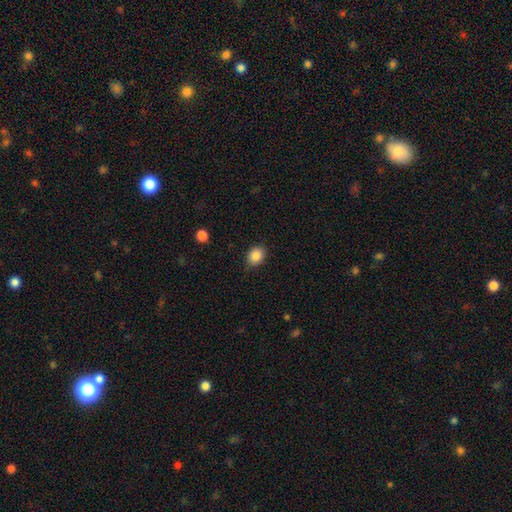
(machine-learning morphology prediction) Smooth or featured?
  - smooth: 87% *
  - star or artifact: 9%
  - featured or disk: 5%
How rounded?
  - in between: 53% *
  - round: 46%
  - cigar-shaped: 1%
Merging?
  - none: 83% *
  - minor disturbance: 13%
  - major disturbance: 3%
  - merger: 1%